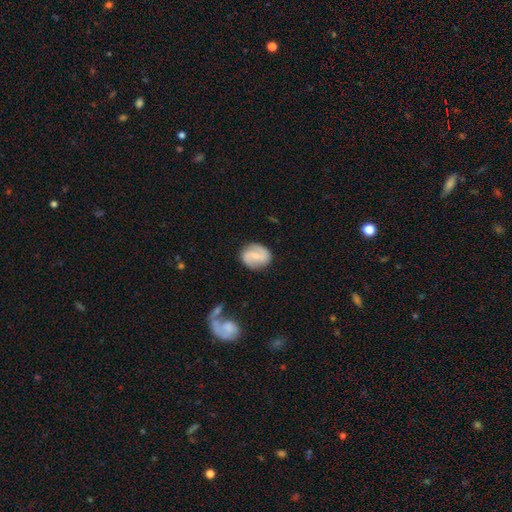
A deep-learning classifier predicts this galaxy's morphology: Smooth or featured?
  - featured or disk: 74% *
  - smooth: 21%
  - star or artifact: 6%
Edge-on disk?
  - no: 97% *
  - yes: 3%
Bar?
  - weak: 46% *
  - no: 33%
  - strong: 21%
Spiral arms?
  - yes: 93% *
  - no: 7%
Spiral winding?
  - medium: 45% *
  - loose: 33%
  - tight: 22%
Spiral arm count?
  - 2: 91% *
  - can't tell: 4%
  - 1: 2%
  - 3: 1%
  - 4: 1%
  - more than 4: 1%
Bulge size?
  - small: 62% *
  - moderate: 29%
  - none: 7%
  - large: 1%
  - dominant: 1%
Merging?
  - none: 84% *
  - minor disturbance: 12%
  - major disturbance: 3%
  - merger: 1%